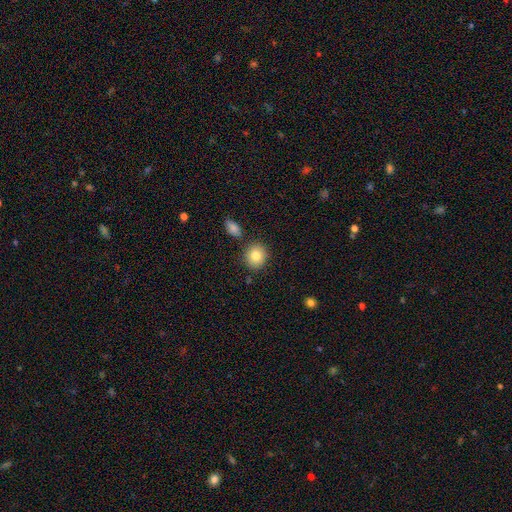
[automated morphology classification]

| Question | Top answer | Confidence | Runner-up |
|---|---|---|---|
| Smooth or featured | smooth | 82% | featured or disk (9%) |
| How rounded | round | 80% | in between (19%) |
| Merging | none | 83% | minor disturbance (9%) |